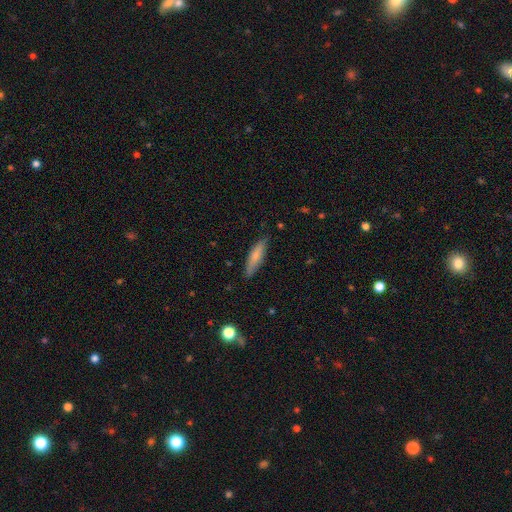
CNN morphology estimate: Smooth or featured? Predicted: smooth (p=0.76). How rounded? Predicted: cigar-shaped (p=0.71). Merging? Predicted: none (p=0.82).